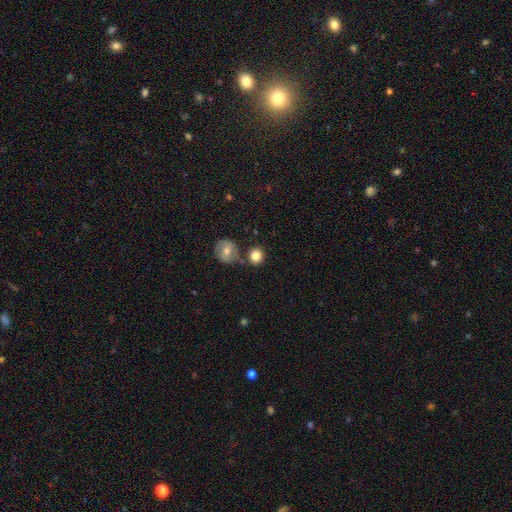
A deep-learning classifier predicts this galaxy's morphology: type=smooth (83%); roundness=round (85%); merging=none (75%).